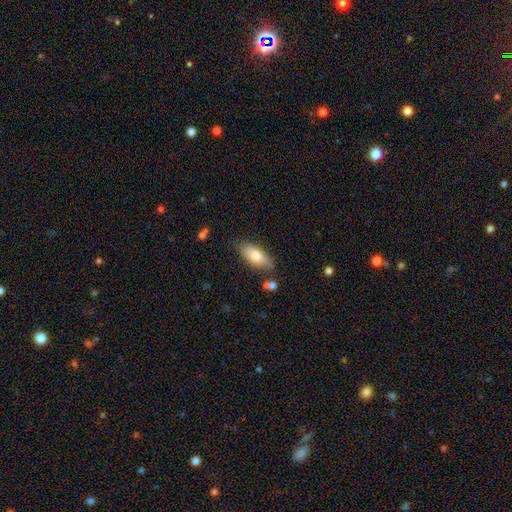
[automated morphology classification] Smooth or featured?
  - smooth: 74% *
  - featured or disk: 19%
  - star or artifact: 7%
How rounded?
  - in between: 82% *
  - cigar-shaped: 15%
  - round: 3%
Merging?
  - none: 77% *
  - minor disturbance: 16%
  - merger: 4%
  - major disturbance: 3%